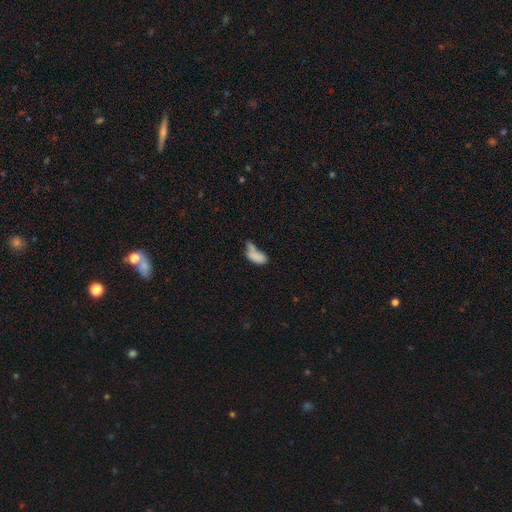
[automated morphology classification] This is likely a smooth galaxy (77%). How rounded: clearly in between (87%). Merging: marginally merger (34%).